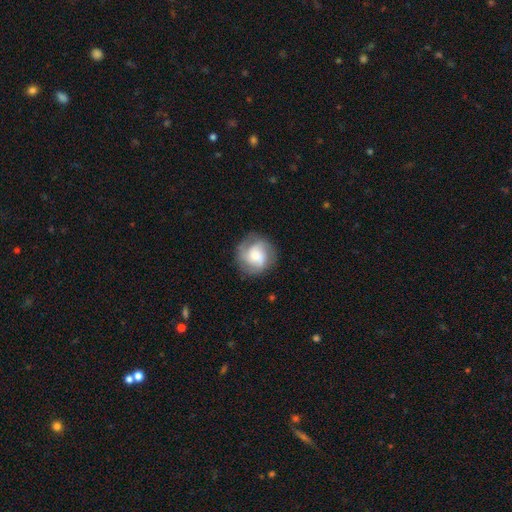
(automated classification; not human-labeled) The model was most divided on "spiral winding": medium: 43%, tight: 41%, loose: 16%. Remaining: edge-on disk — no (98%); spiral arms — yes (93%); merging — none (79%); bar — no (65%); smooth or featured — featured or disk (65%); spiral arm count — 3 (50%); bulge size — moderate (35%).